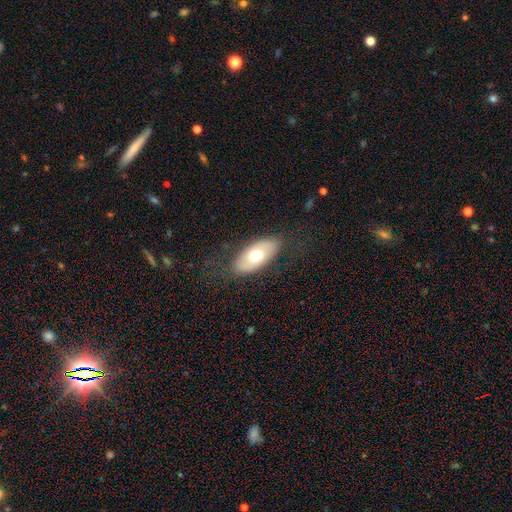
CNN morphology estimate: Smooth or featured?
  - smooth: 60% *
  - featured or disk: 33%
  - star or artifact: 6%
How rounded?
  - in between: 90% *
  - cigar-shaped: 7%
  - round: 4%
Merging?
  - none: 79% *
  - minor disturbance: 14%
  - major disturbance: 6%
  - merger: 1%